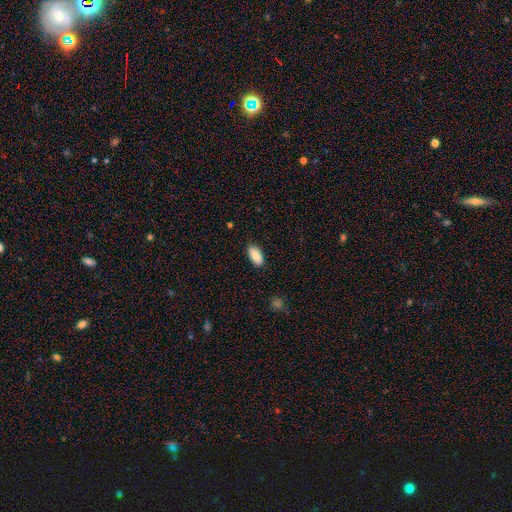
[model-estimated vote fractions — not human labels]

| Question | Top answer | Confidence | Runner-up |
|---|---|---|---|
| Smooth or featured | smooth | 85% | featured or disk (8%) |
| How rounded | in between | 91% | cigar-shaped (7%) |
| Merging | none | 84% | minor disturbance (12%) |